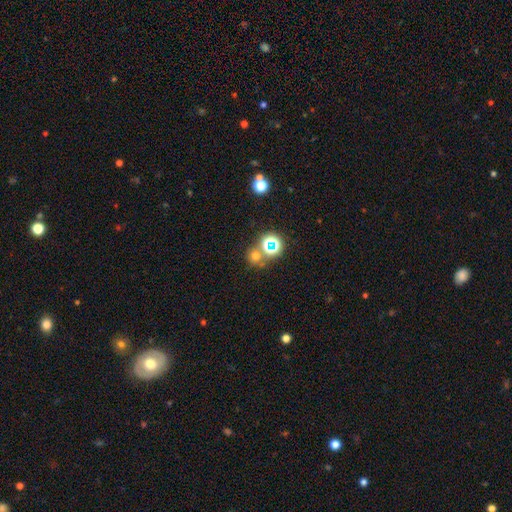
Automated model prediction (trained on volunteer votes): smooth-or-featured: smooth: 55% | star or artifact: 37% | featured or disk: 9%
  how-rounded: round: 86% | in between: 13% | cigar-shaped: 1%
  merging: none: 64% | merger: 24% | minor disturbance: 8% | major disturbance: 4%